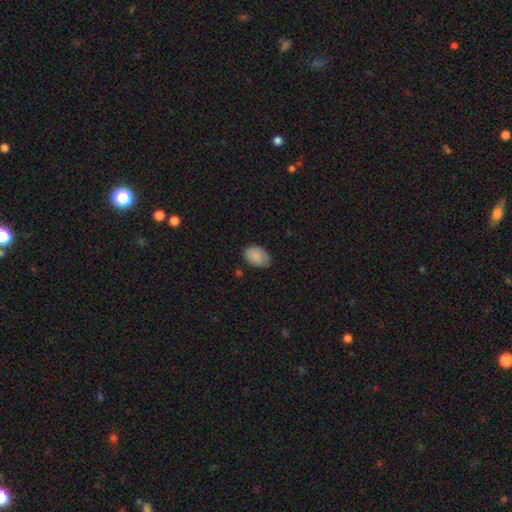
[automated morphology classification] Smooth or featured: smooth — 86% (star or artifact — 7%)
How rounded: in between — 85% (round — 14%)
Merging: none — 73% (minor disturbance — 21%)